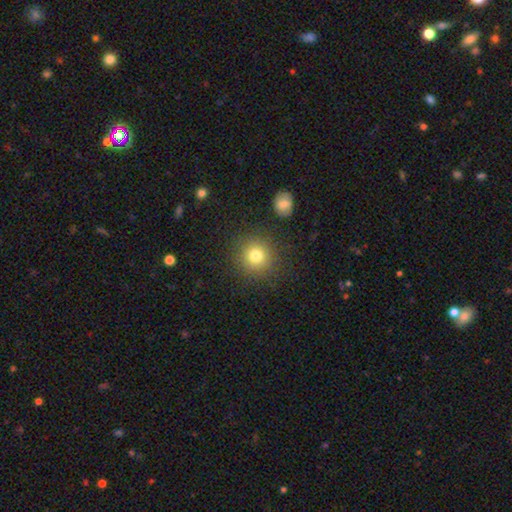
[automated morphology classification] The model was most divided on "smooth or featured": smooth: 80%, star or artifact: 12%, featured or disk: 8%. More confident: how rounded — round (92%); merging — none (86%).